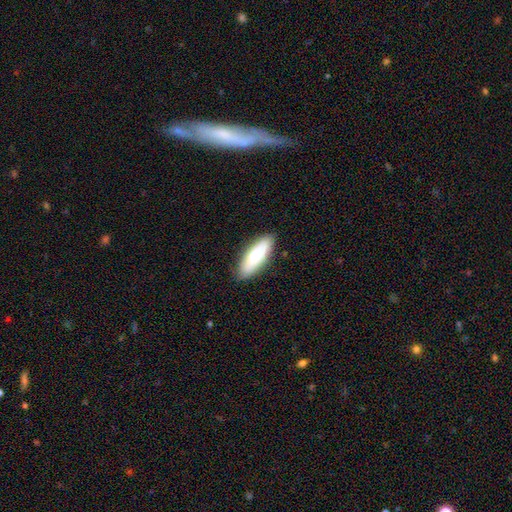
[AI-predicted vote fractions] This appears to be a smooth galaxy with no disk features (78%) that is in between round and cigar-shaped (59%). Merging: none (85%).